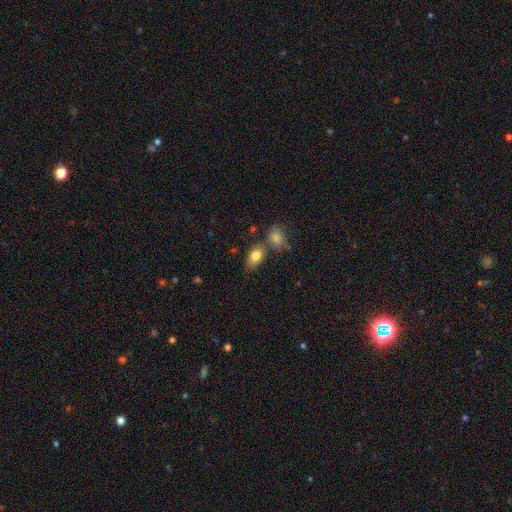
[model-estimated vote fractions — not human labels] The model was most divided on "merging": none: 57%, merger: 22%, minor disturbance: 16%, major disturbance: 5%. More confident: how rounded — in between (87%); smooth or featured — smooth (82%).